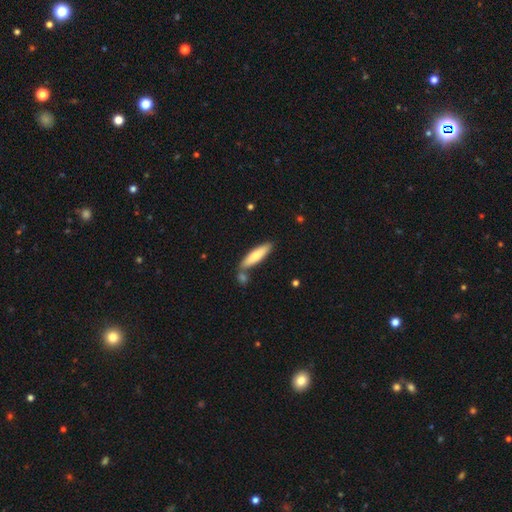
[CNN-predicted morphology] Smooth or featured?
  - smooth: 71% *
  - featured or disk: 24%
  - star or artifact: 5%
How rounded?
  - cigar-shaped: 73% *
  - in between: 25%
  - round: 1%
Merging?
  - none: 72% *
  - merger: 13%
  - minor disturbance: 12%
  - major disturbance: 3%